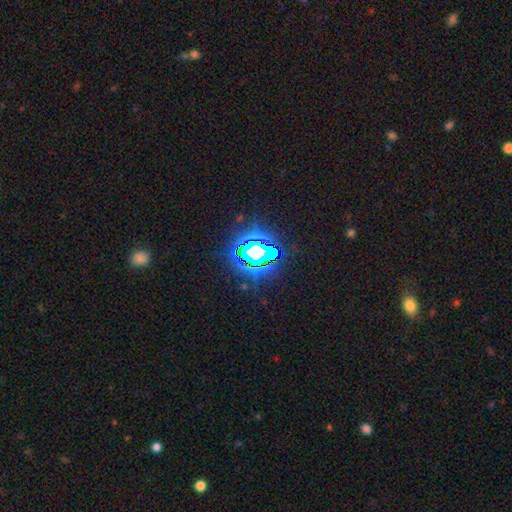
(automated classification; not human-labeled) This is likely a star or artifact rather than a galaxy (77%).